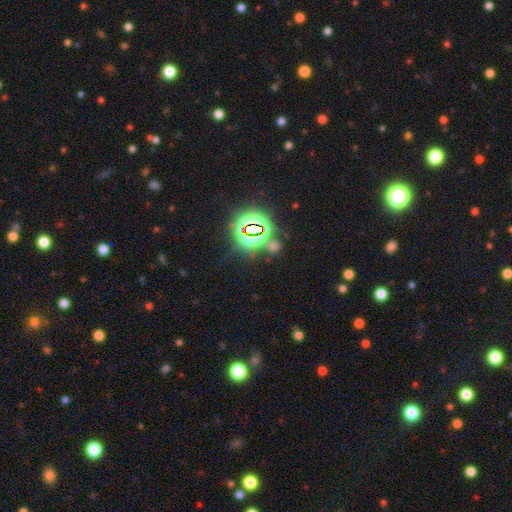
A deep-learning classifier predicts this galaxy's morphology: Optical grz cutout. It shows a star or artifact, not a galaxy (76%).